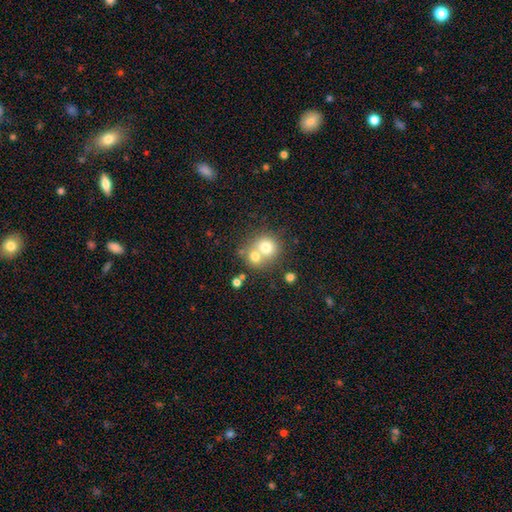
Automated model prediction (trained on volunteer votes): Smooth or featured: smooth — 66% (featured or disk — 19%)
How rounded: round — 83% (in between — 16%)
Merging: merger — 52% (none — 38%)